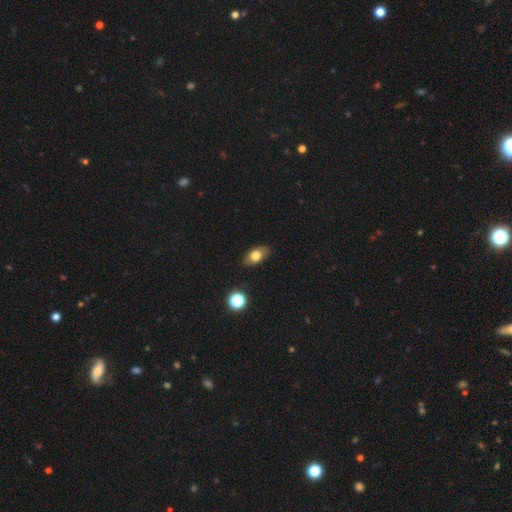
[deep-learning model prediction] Smooth or featured?
  - smooth: 76% *
  - featured or disk: 15%
  - star or artifact: 9%
How rounded?
  - in between: 86% *
  - round: 11%
  - cigar-shaped: 3%
Merging?
  - none: 84% *
  - minor disturbance: 12%
  - major disturbance: 2%
  - merger: 2%